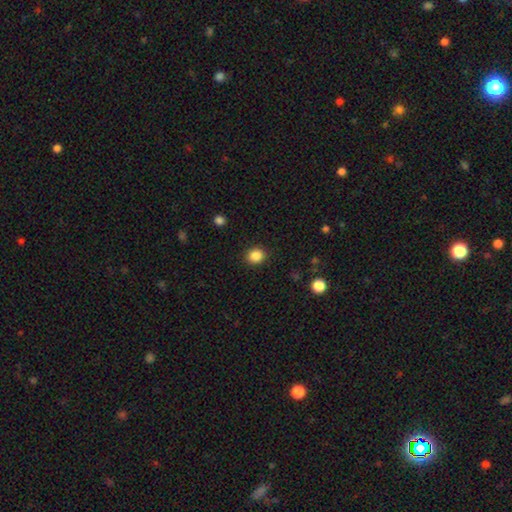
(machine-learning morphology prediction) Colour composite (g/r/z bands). It shows a smooth galaxy with no disk features (86%) that is round (80%). Merging: none (91%).